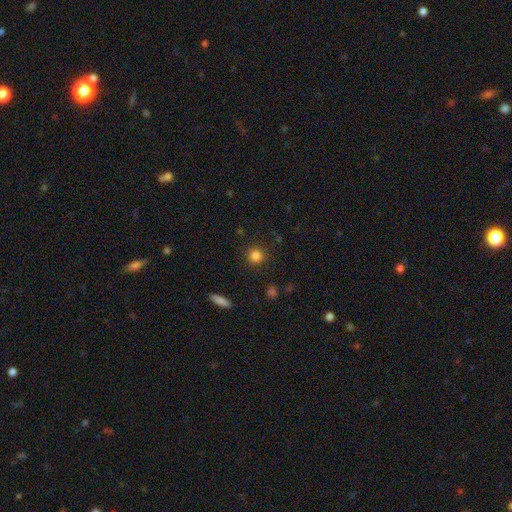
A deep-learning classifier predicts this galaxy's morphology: smooth 84%, star or artifact 12%, featured or disk 5%. Down the decision tree: how rounded — round (93%); merging — none (90%).